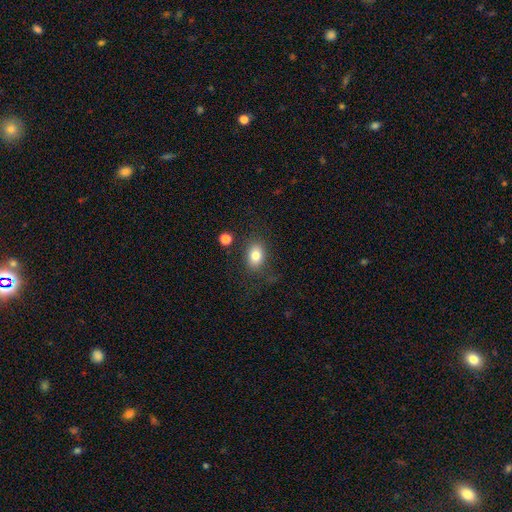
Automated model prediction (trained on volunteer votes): Morphology: type=smooth (81%); roundness=in between (75%); merging=none (77%).